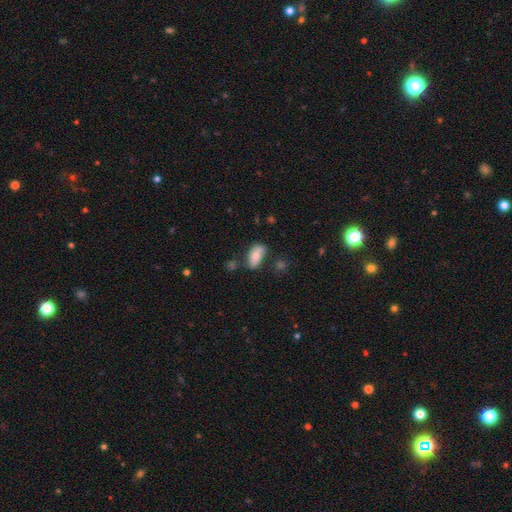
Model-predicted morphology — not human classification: Smooth or featured?
  - smooth: 68% *
  - featured or disk: 24%
  - star or artifact: 8%
How rounded?
  - in between: 90% *
  - cigar-shaped: 5%
  - round: 5%
Merging?
  - none: 62% *
  - minor disturbance: 25%
  - major disturbance: 7%
  - merger: 7%